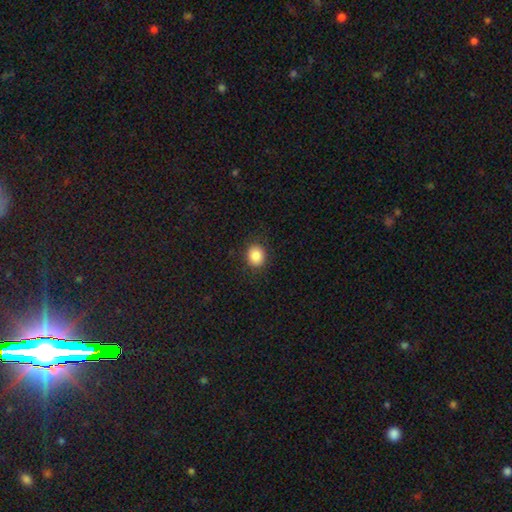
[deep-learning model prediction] The model was most divided on "how rounded": round: 68%, in between: 31%, cigar-shaped: 1%. More confident: merging — none (88%); smooth or featured — smooth (87%).